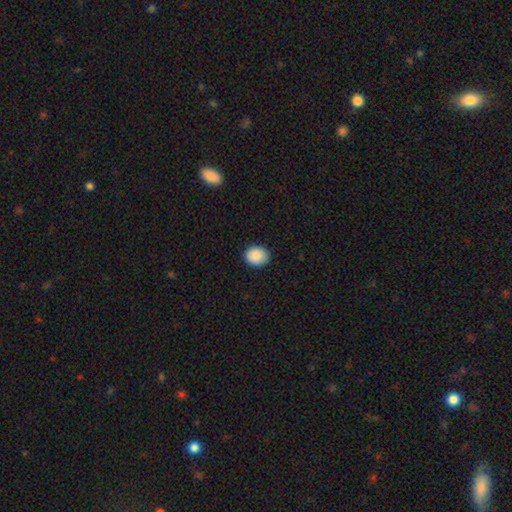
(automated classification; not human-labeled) smooth 89%, star or artifact 7%, featured or disk 4%. Down the decision tree: how rounded — round (51%); merging — none (89%).